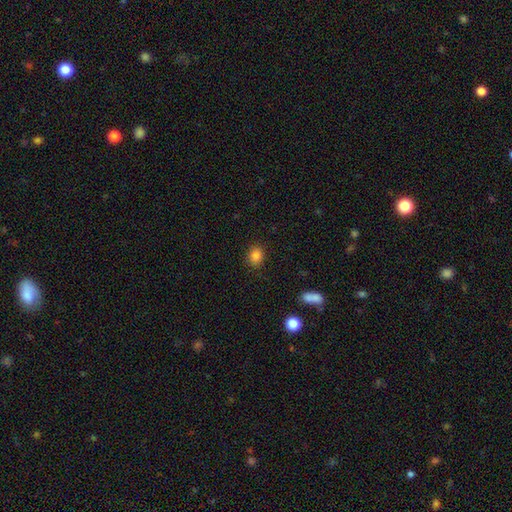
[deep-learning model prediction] A smooth galaxy with no disk features (83%) that is round (60%).

Vote fractions:
- Smooth or featured? smooth: 83% / star or artifact: 11% / featured or disk: 6%
- How rounded? round: 60% / in between: 39% / cigar-shaped: 1%
- Merging? none: 88% / minor disturbance: 8% / major disturbance: 2% / merger: 1%